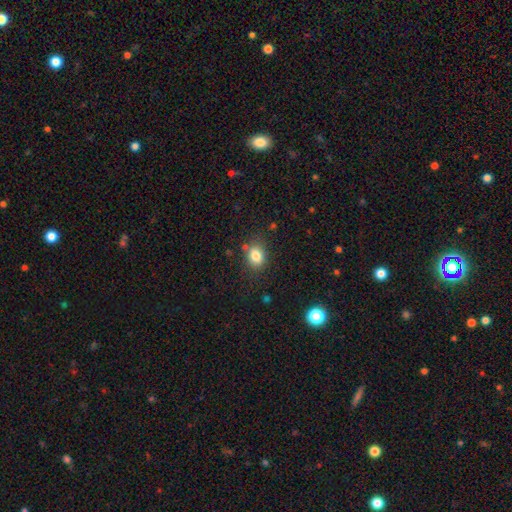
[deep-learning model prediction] Smooth or featured: smooth — 82% (star or artifact — 11%)
How rounded: in between — 61% (round — 38%)
Merging: none — 76% (minor disturbance — 15%)